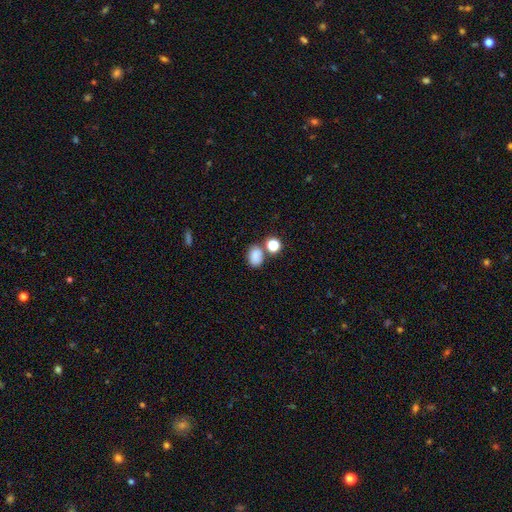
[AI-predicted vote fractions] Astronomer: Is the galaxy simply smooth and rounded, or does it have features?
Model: smooth — 81%.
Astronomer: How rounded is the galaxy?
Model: in between — 68%.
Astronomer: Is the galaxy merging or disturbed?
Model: none — 59%.